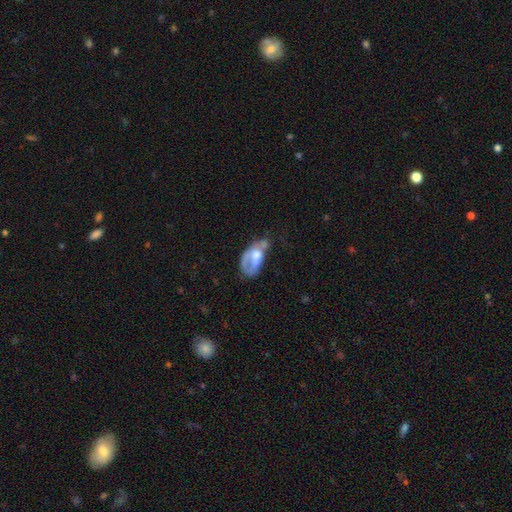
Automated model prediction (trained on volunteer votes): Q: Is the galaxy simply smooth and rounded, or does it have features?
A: smooth — 47%.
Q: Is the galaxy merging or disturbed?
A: major disturbance — 42%.